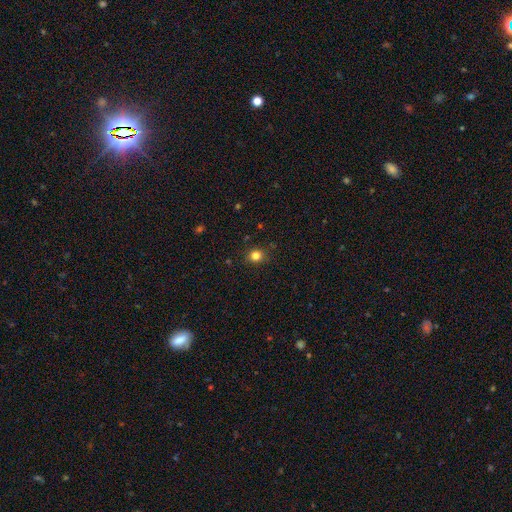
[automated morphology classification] Q: Smooth or featured?
A: smooth (81%); runner-up: star or artifact (14%)
Q: How rounded?
A: round (80%); runner-up: in between (19%)
Q: Merging?
A: none (88%); runner-up: minor disturbance (9%)